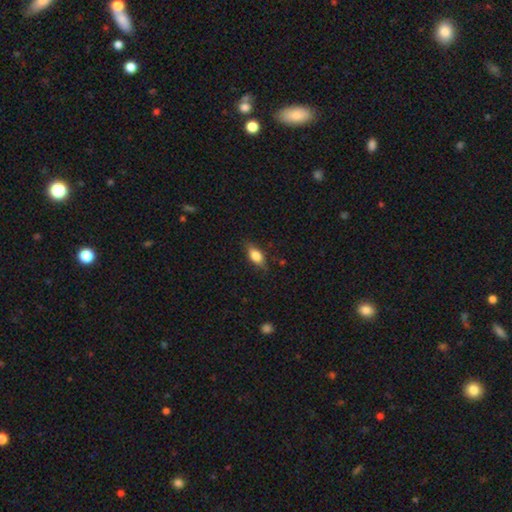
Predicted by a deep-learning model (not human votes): Morphology: type=smooth (77%); roundness=in between (81%); merging=none (79%).